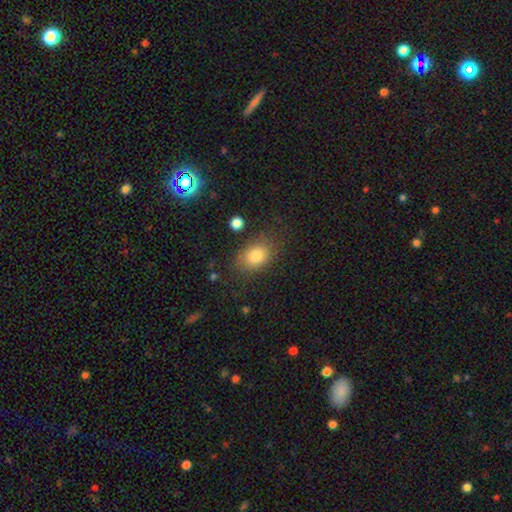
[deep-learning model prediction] Smooth or featured? Predicted: smooth (p=0.81). How rounded? Predicted: in between (p=0.77). Merging? Predicted: none (p=0.74).